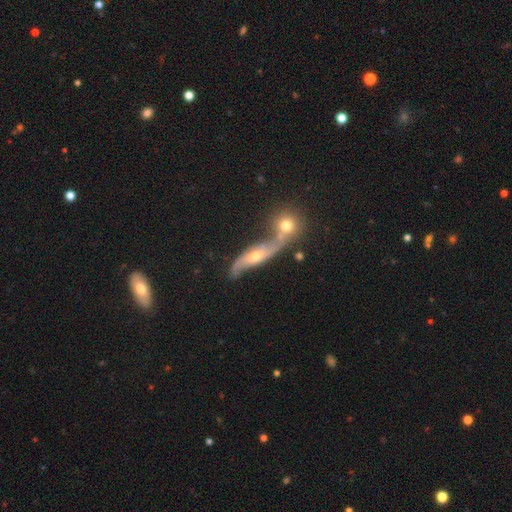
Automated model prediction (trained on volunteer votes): Overall: featured or disk (78%). Edge-on disk: no (80%). Bar: no (56%; weak 32%). Spiral arms: yes (91%). Spiral arm count: 2 (90%). Spiral winding: loose (70%). Bulge size: moderate (58%; small 34%). Merging: none (44%; merger 33%).